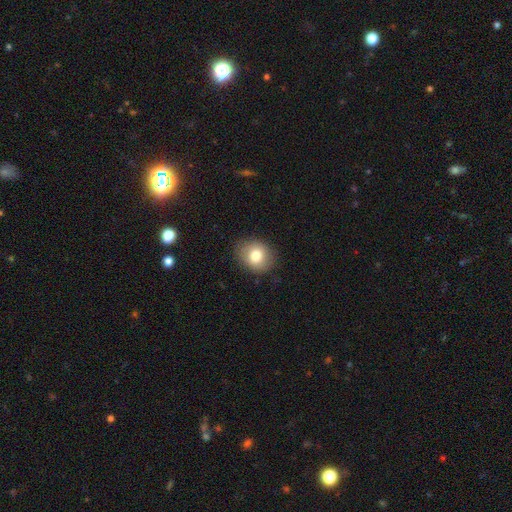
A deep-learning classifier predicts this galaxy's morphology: Smooth or featured? Predicted: smooth (p=0.79). How rounded? Predicted: round (p=0.61). Merging? Predicted: none (p=0.86).